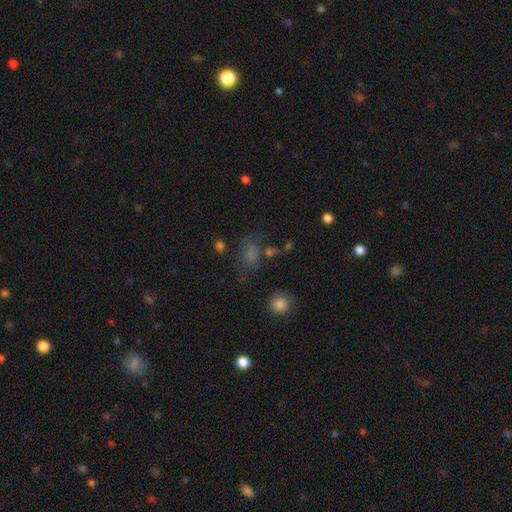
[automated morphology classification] Smooth or featured: star or artifact — 42% (tied with smooth — 42%)